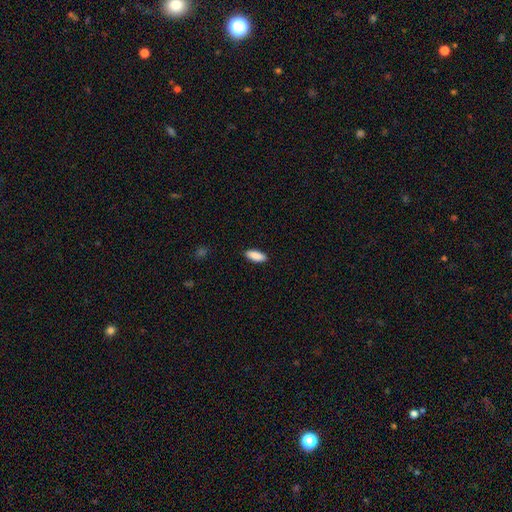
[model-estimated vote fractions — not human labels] Morphology: type=smooth (90%); roundness=in between (78%); merging=none (90%).